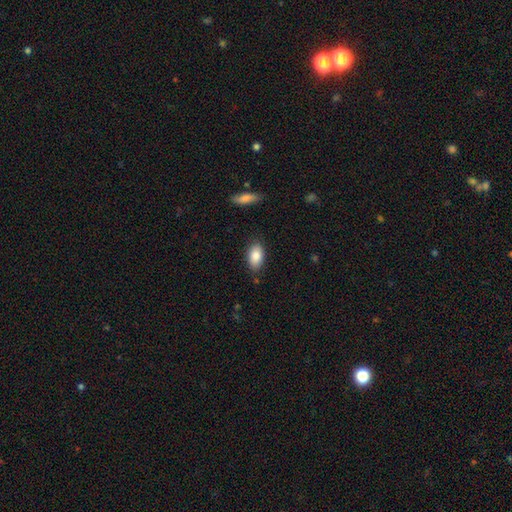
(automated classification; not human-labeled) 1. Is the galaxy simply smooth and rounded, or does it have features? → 85% smooth, 8% featured or disk, 7% star or artifact.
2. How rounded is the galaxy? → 92% in between, 4% round, 3% cigar-shaped.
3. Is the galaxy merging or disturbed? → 83% none, 12% minor disturbance, 2% major disturbance, 2% merger.